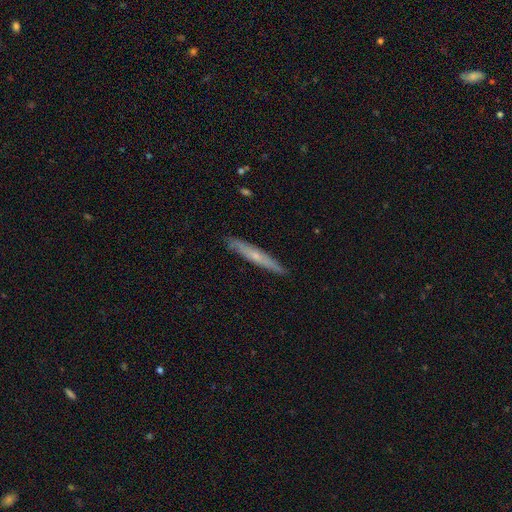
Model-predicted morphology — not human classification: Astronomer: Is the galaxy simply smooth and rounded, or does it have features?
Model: featured or disk — 51% (runner-up: smooth, 43%).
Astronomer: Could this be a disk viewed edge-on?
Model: yes — 90%.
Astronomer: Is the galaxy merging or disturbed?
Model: none — 88%.